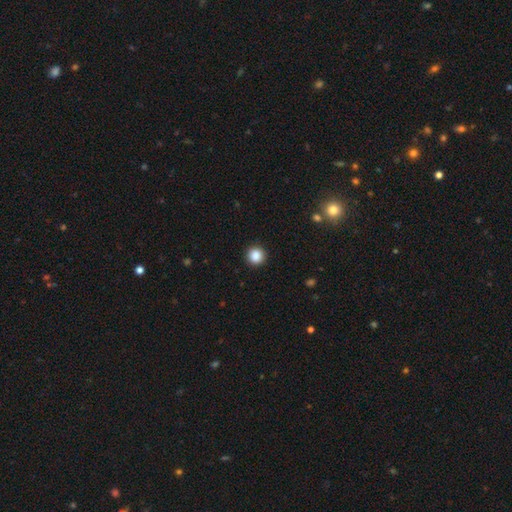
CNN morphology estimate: type=smooth (87%); roundness=round (95%); merging=none (92%).